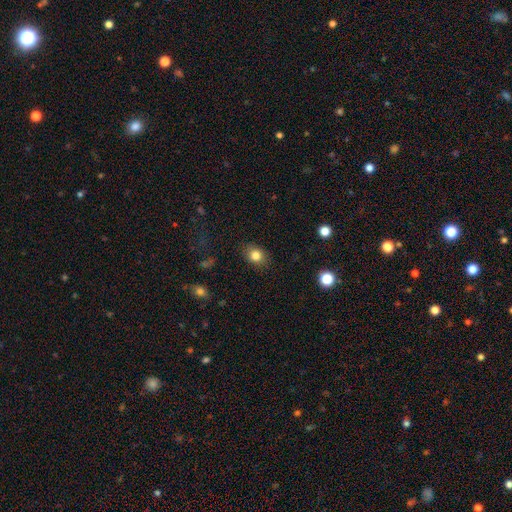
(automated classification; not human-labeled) The model was most divided on "how rounded": round: 52%, in between: 47%, cigar-shaped: 1%. More confident: merging — none (85%); smooth or featured — smooth (81%).